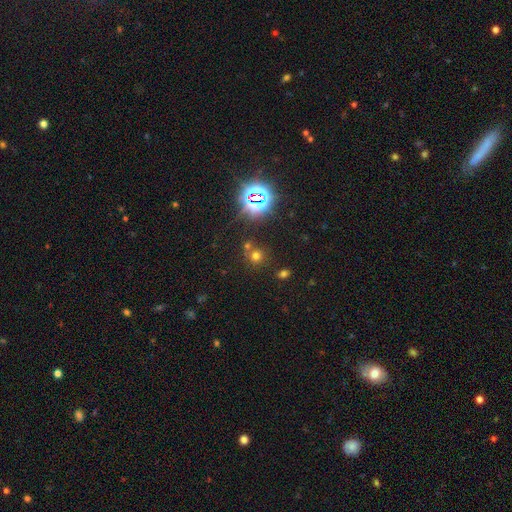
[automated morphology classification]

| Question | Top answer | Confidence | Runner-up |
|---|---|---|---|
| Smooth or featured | smooth | 56% | star or artifact (35%) |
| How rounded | round | 88% | in between (11%) |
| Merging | none | 65% | merger (22%) |